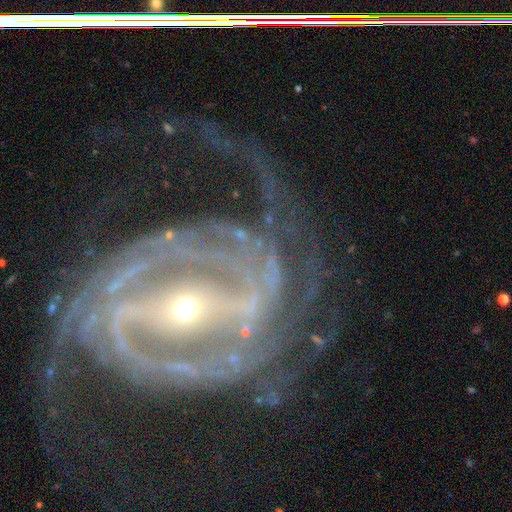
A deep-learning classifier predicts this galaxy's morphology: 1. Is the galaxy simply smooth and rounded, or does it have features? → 92% featured or disk, 5% star or artifact, 3% smooth.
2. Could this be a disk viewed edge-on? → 97% no, 3% yes.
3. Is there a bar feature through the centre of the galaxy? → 59% strong, 26% weak, 16% no.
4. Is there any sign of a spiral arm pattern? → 98% yes, 2% no.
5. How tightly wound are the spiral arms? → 44% tight, 42% medium, 13% loose.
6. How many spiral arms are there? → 44% 2, 17% 3, 13% can't tell, 11% 4, 8% more than 4, 7% 1.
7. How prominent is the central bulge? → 68% small, 28% moderate, 2% large, 1% none, 1% dominant.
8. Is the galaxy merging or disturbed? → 58% none, 22% major disturbance, 18% minor disturbance, 2% merger.